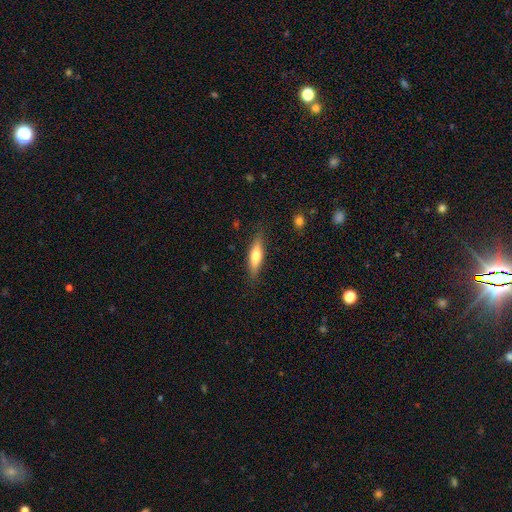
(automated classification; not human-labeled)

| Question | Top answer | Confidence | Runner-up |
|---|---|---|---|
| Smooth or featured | smooth | 62% | featured or disk (32%) |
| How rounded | cigar-shaped | 65% | in between (33%) |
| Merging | none | 85% | minor disturbance (12%) |